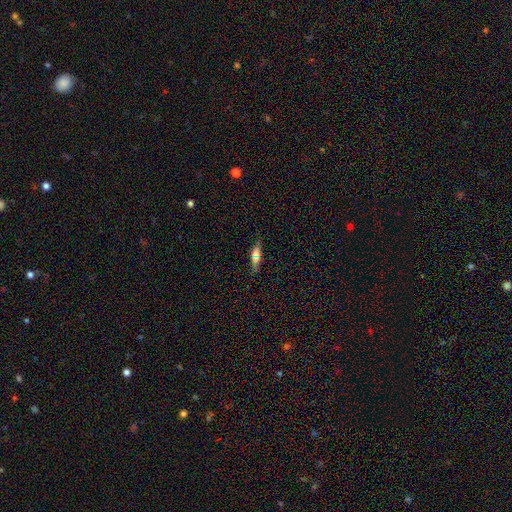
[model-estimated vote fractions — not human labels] A smooth galaxy with no disk features (60%) that is cigar-shaped (61%).

Vote fractions:
- Smooth or featured? smooth: 60% / featured or disk: 28% / star or artifact: 12%
- How rounded? cigar-shaped: 61% / in between: 36% / round: 3%
- Merging? none: 79% / minor disturbance: 15% / major disturbance: 3% / merger: 2%